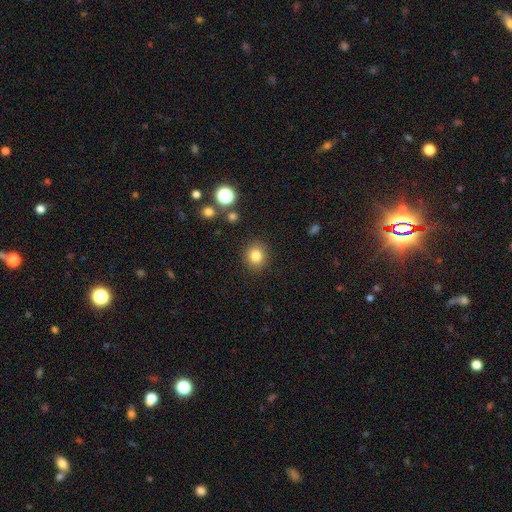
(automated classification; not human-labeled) This is clearly a smooth galaxy (83%). How rounded: clearly round (83%). Merging: clearly none (89%).